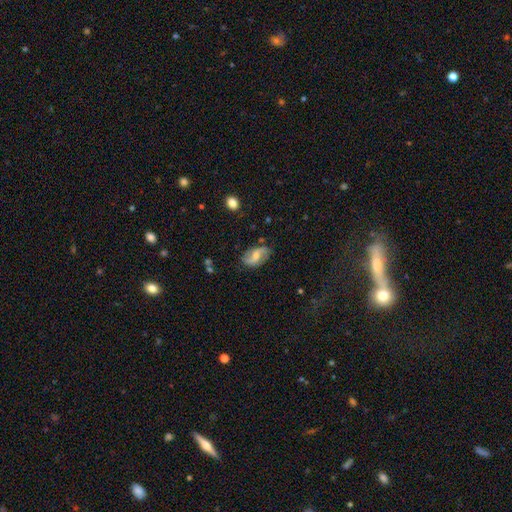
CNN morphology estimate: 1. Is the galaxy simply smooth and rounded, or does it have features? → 70% featured or disk, 23% smooth, 7% star or artifact.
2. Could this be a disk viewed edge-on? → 96% no, 4% yes.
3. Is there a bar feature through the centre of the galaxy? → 49% weak, 34% no, 16% strong.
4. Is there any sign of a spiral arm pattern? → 92% yes, 8% no.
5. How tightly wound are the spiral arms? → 58% loose, 32% medium, 11% tight.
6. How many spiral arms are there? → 90% 2, 5% can't tell, 2% 1, 1% 3, 1% 4, 1% more than 4.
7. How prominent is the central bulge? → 42% moderate, 34% small, 15% none, 7% large, 1% dominant.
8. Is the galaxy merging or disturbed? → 76% none, 17% minor disturbance, 5% major disturbance, 2% merger.